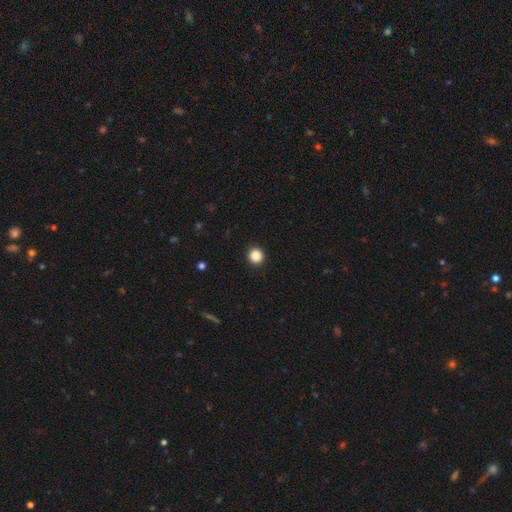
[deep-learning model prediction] The model was most divided on "smooth or featured": smooth: 88%, star or artifact: 10%, featured or disk: 2%. More confident: how rounded — round (92%); merging — none (92%).